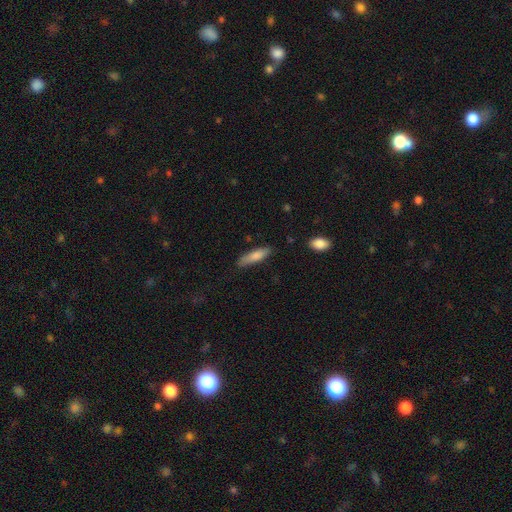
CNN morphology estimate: smooth 80%, featured or disk 14%, star or artifact 6%. Down the decision tree: how rounded — cigar-shaped (69%); merging — none (80%).